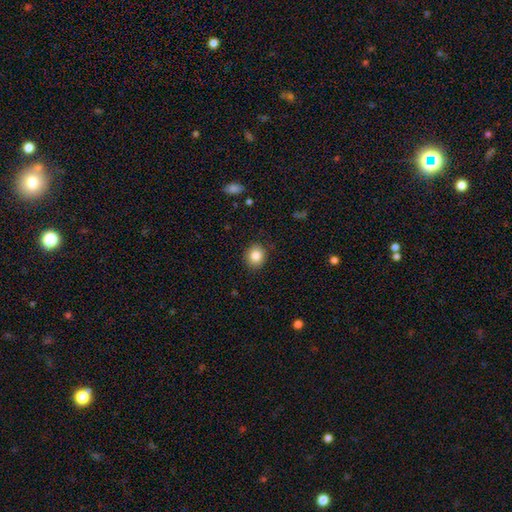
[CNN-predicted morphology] The model was most divided on "how rounded": round: 75%, in between: 24%, cigar-shaped: 1%. More confident: merging — none (88%); smooth or featured — smooth (85%).